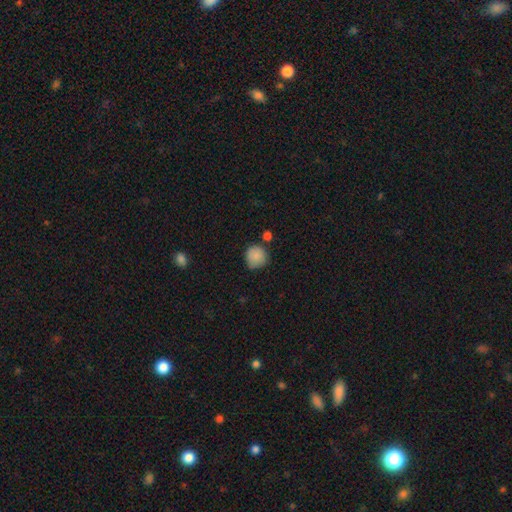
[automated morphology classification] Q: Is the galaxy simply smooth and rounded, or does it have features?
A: smooth — 86%.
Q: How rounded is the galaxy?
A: round — 90%.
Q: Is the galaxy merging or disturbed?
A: none — 70%.